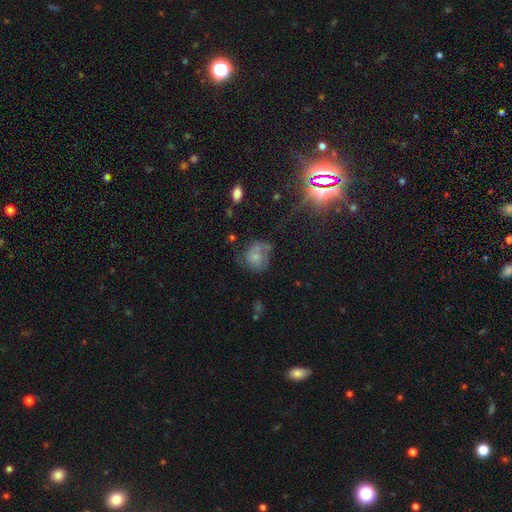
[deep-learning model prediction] A smooth galaxy with no disk features (60%) that is round (65%). Merging: none (38%).